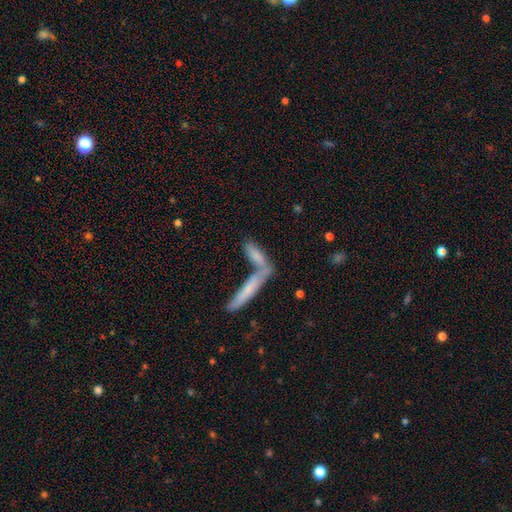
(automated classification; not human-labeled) The model was most divided on "merging": merger: 47%, none: 38%, minor disturbance: 10%, major disturbance: 5%. More confident: smooth or featured — smooth (71%); how rounded — cigar-shaped (67%).